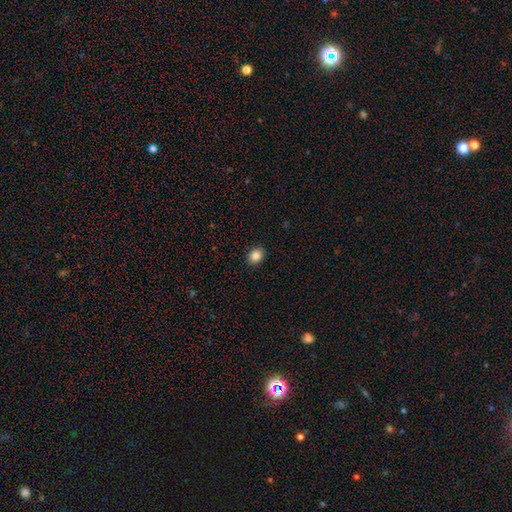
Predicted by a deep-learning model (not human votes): A smooth galaxy with no disk features (85%) that is round (51%).

Vote fractions:
- Smooth or featured? smooth: 85% / star or artifact: 10% / featured or disk: 5%
- How rounded? round: 51% / in between: 48% / cigar-shaped: 1%
- Merging? none: 91% / minor disturbance: 7% / major disturbance: 2% / merger: 1%